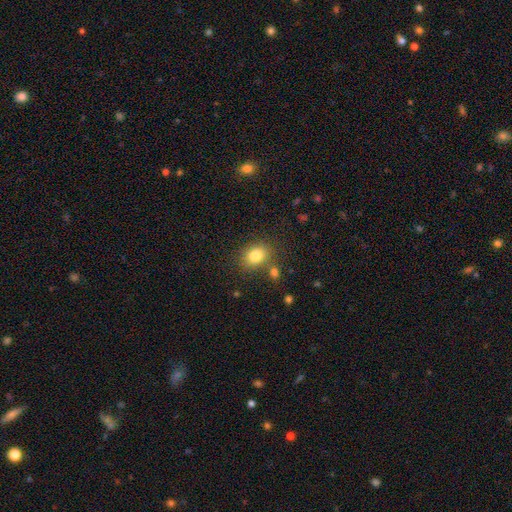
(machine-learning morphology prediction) smooth_or_featured: smooth (p=0.81) [alt: star or artifact p=0.11]
how_rounded: in between (p=0.55) [alt: round p=0.44]
merging: none (p=0.74) [alt: minor disturbance p=0.12]